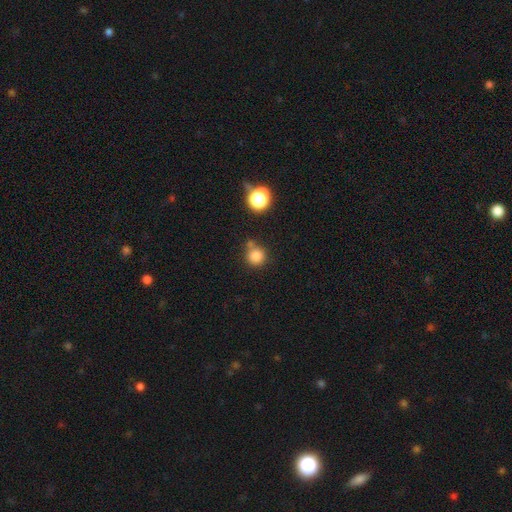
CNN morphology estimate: A smooth galaxy with no disk features (81%) that is round (93%). Merging: none (69%).